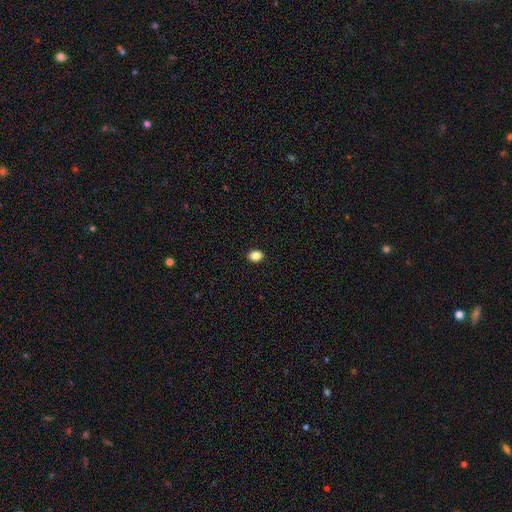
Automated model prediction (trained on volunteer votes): smooth-or-featured: smooth: 85% | star or artifact: 10% | featured or disk: 5%
  how-rounded: in between: 57% | round: 42% | cigar-shaped: 1%
  merging: none: 91% | minor disturbance: 6% | major disturbance: 2% | merger: 1%